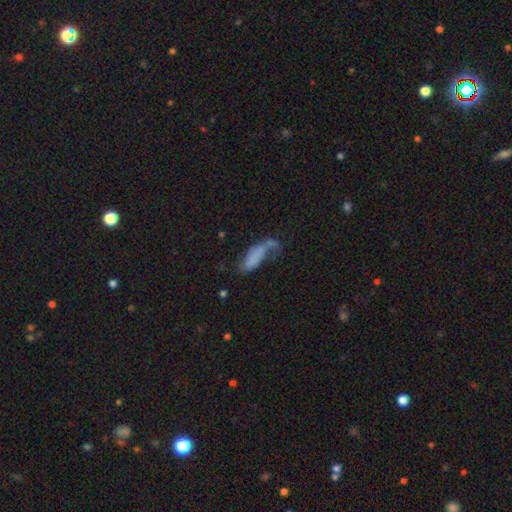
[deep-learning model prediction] A smooth galaxy with no disk features (60%) that is in between round and cigar-shaped (57%). Merging: major disturbance (32%).